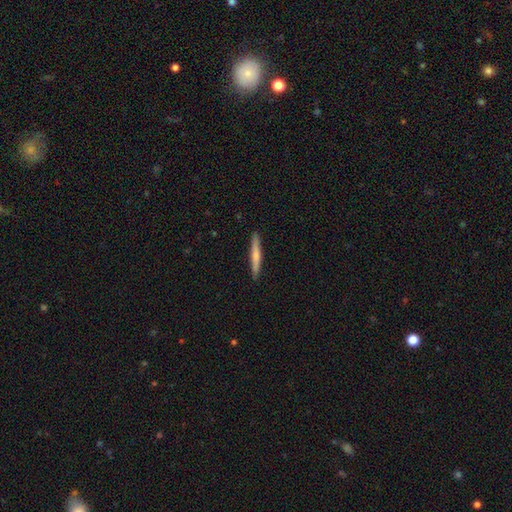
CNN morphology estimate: Smooth or featured?
  - smooth: 56% *
  - featured or disk: 38%
  - star or artifact: 6%
How rounded?
  - cigar-shaped: 95% *
  - in between: 3%
  - round: 1%
Merging?
  - none: 91% *
  - minor disturbance: 6%
  - major disturbance: 1%
  - merger: 1%